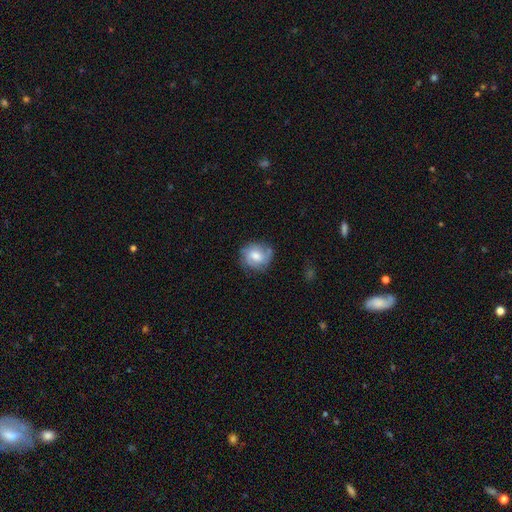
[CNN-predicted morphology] A featured or disk galaxy (48%). Merging: none (69%).